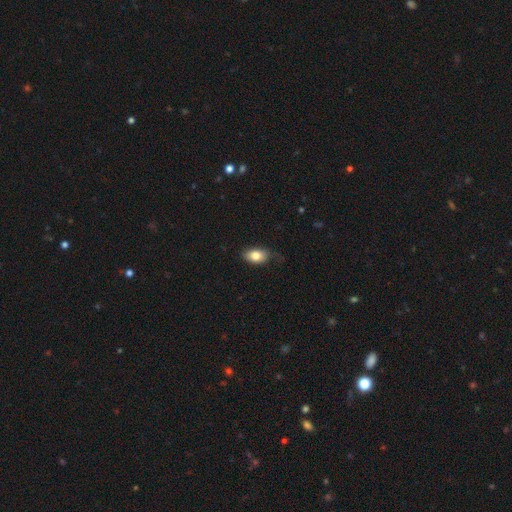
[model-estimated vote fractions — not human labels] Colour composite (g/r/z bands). It shows a smooth galaxy with no disk features (81%) that is in between round and cigar-shaped (88%). Merging: none (65%).